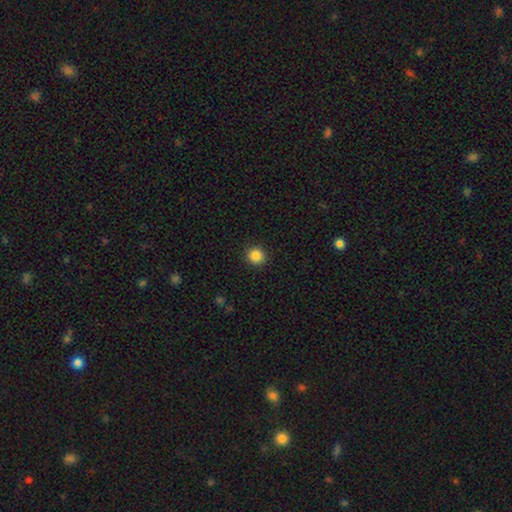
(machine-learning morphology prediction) This is clearly a smooth galaxy (85%). How rounded: clearly round (90%). Merging: clearly none (92%).